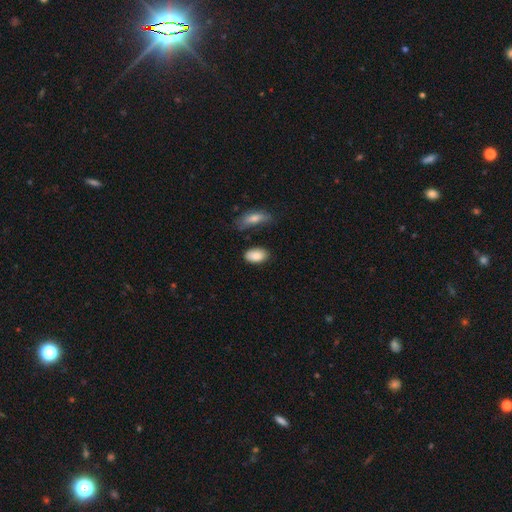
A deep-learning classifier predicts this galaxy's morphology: Overall: smooth (87%). How rounded: in between (92%). Merging: none (74%).